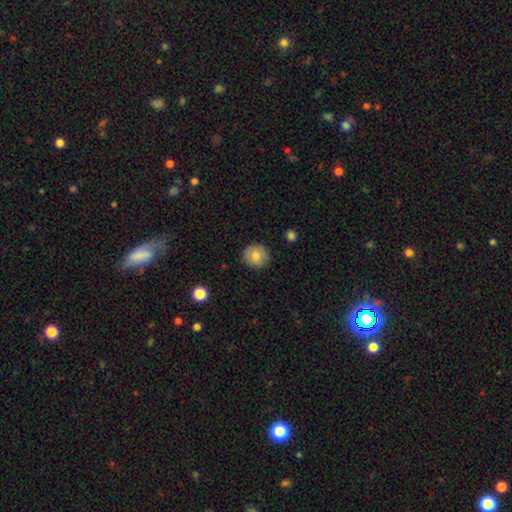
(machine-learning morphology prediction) Q: Smooth or featured?
A: smooth (80%); runner-up: featured or disk (12%)
Q: How rounded?
A: round (84%); runner-up: in between (15%)
Q: Merging?
A: none (87%); runner-up: minor disturbance (10%)